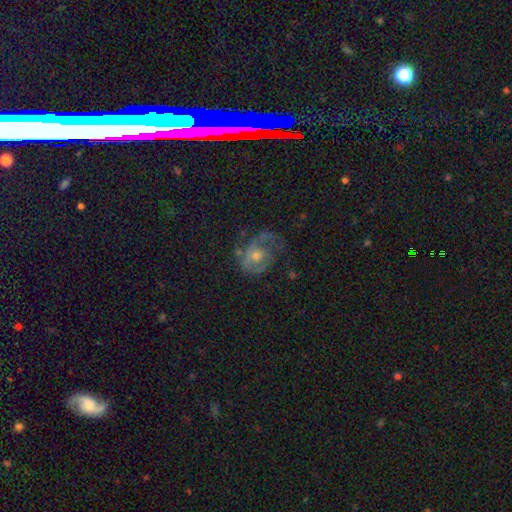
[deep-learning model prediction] The model was most divided on "spiral winding": medium: 41%, tight: 39%, loose: 20%. Remaining: edge-on disk — no (97%); spiral arms — yes (84%); bar — no (74%); smooth or featured — featured or disk (69%); bulge size — moderate (56%); merging — none (51%); spiral arm count — 2 (40%).